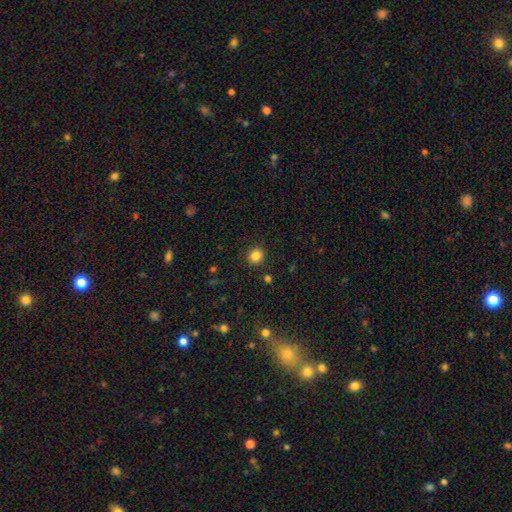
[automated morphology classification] Smooth or featured?
  - smooth: 84% *
  - star or artifact: 12%
  - featured or disk: 4%
How rounded?
  - round: 85% *
  - in between: 14%
  - cigar-shaped: 1%
Merging?
  - none: 90% *
  - minor disturbance: 6%
  - major disturbance: 2%
  - merger: 2%